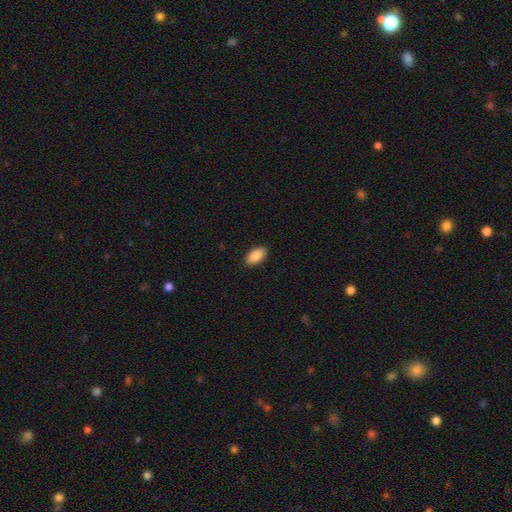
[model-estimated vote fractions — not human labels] A smooth galaxy with no disk features (88%) that is in between round and cigar-shaped (94%).

Vote fractions:
- Smooth or featured? smooth: 88% / star or artifact: 6% / featured or disk: 5%
- How rounded? in between: 94% / cigar-shaped: 3% / round: 3%
- Merging? none: 89% / minor disturbance: 8% / major disturbance: 2% / merger: 1%